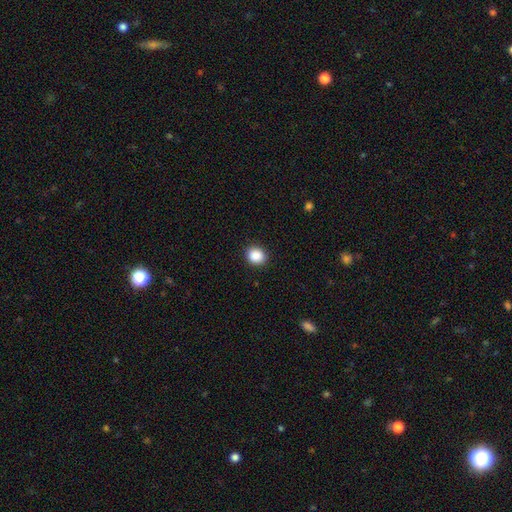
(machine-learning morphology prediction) type=smooth (89%); roundness=round (75%); merging=none (91%).